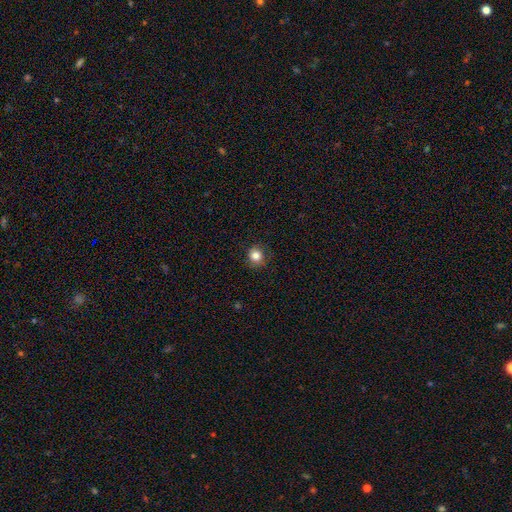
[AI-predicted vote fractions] Smooth or featured? smooth (84%)
How rounded? round (87%)
Merging? none (87%)